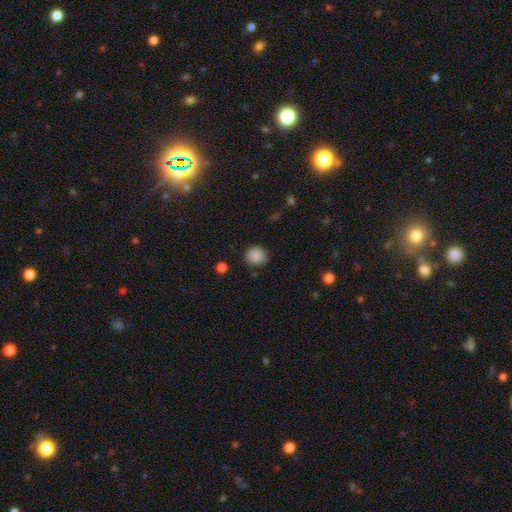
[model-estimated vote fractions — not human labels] A smooth galaxy with no disk features (86%) that is round (88%). Merging: none (86%).